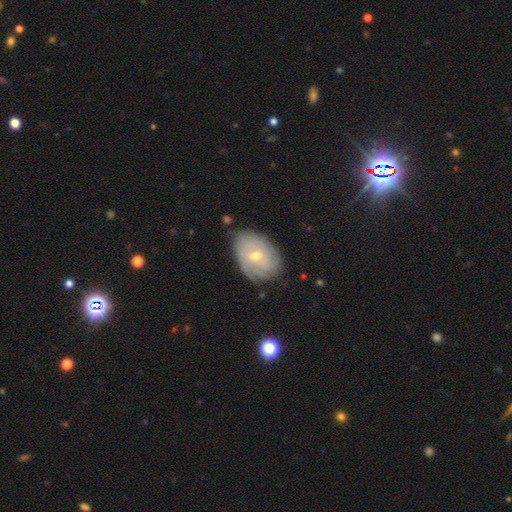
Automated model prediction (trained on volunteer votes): Smooth or featured: featured or disk — 55% (smooth — 37%)
Edge-on disk: no — 95% (yes — 5%)
Bar: no — 63% (weak — 31%)
Spiral arms: yes — 69% (no — 31%)
Bulge size: small — 59% (moderate — 37%)
Merging: none — 69% (minor disturbance — 23%)